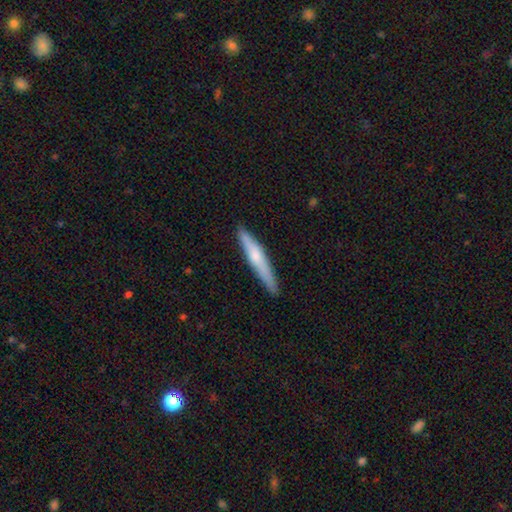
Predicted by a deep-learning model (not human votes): Morphology: type=smooth (52%); roundness=cigar-shaped (94%); merging=none (88%).